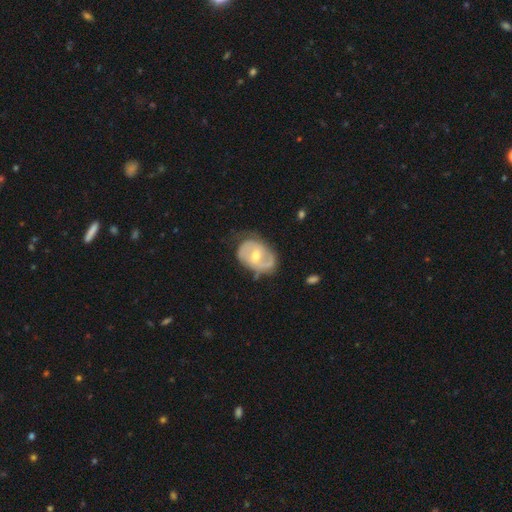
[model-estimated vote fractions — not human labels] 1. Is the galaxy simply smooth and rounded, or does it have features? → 72% featured or disk, 22% smooth, 6% star or artifact.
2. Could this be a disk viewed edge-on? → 96% no, 4% yes.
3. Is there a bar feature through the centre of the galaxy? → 44% weak, 42% no, 14% strong.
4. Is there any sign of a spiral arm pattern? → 80% yes, 20% no.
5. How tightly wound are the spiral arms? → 41% medium, 35% tight, 23% loose.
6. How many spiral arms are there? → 66% 2, 18% can't tell, 11% 1, 3% 3, 1% 4, 1% more than 4.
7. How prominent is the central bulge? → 64% moderate, 32% small, 2% large, 1% none, 1% dominant.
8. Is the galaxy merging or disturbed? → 60% none, 28% minor disturbance, 11% major disturbance, 2% merger.